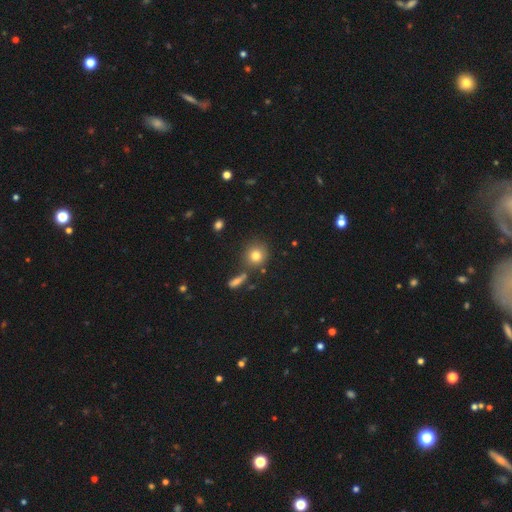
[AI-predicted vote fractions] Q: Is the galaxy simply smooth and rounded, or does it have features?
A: smooth — 79%.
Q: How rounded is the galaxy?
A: round — 88%.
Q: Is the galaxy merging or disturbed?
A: none — 78%.